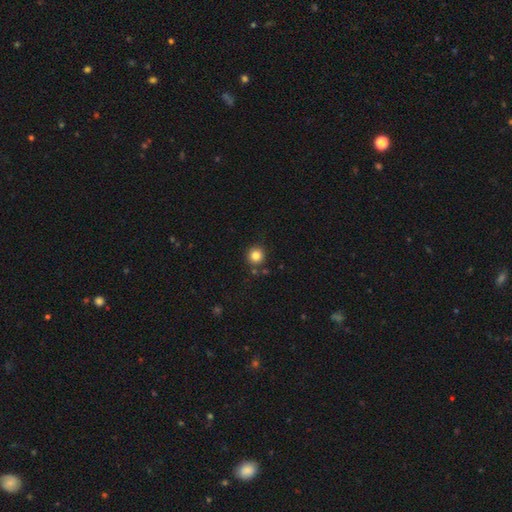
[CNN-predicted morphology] Smooth or featured?
  - smooth: 83% *
  - star or artifact: 12%
  - featured or disk: 5%
How rounded?
  - round: 94% *
  - in between: 5%
  - cigar-shaped: 1%
Merging?
  - none: 85% *
  - minor disturbance: 8%
  - merger: 5%
  - major disturbance: 2%